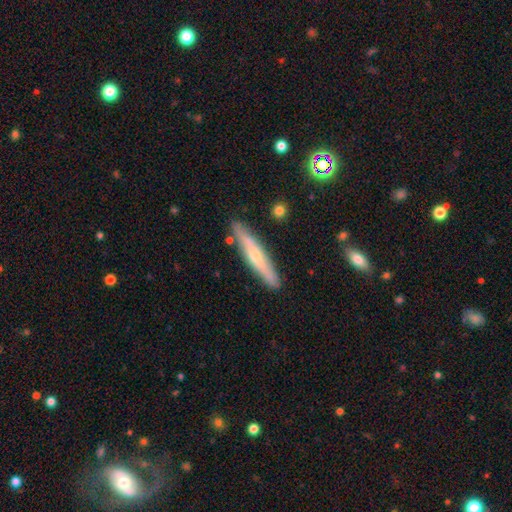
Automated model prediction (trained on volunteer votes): Morphology: type=featured or disk (50%); merging=none (85%).